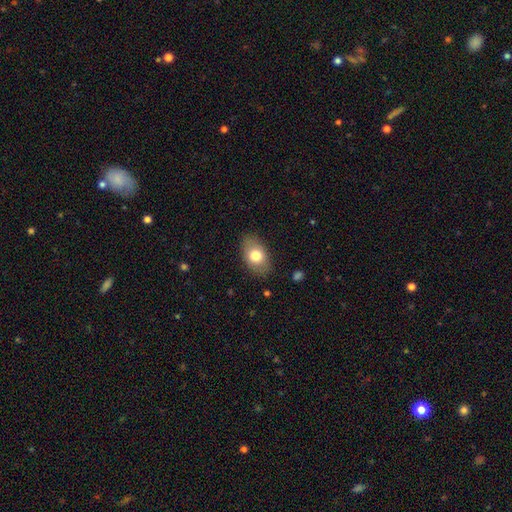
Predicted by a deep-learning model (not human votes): smooth_or_featured: smooth (p=0.76) [alt: featured or disk p=0.17]
how_rounded: in between (p=0.87) [alt: round p=0.12]
merging: none (p=0.84) [alt: minor disturbance p=0.12]